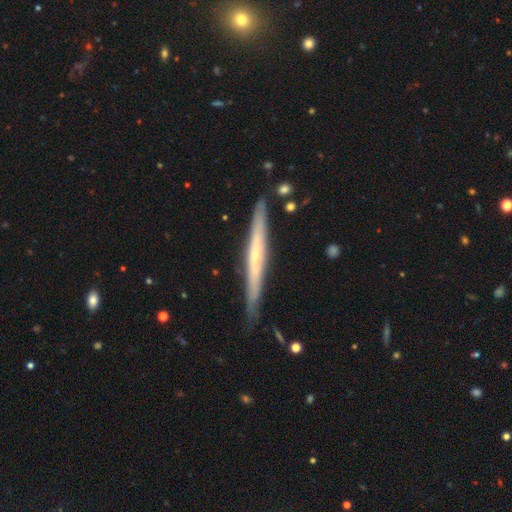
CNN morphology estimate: smooth-or-featured: featured or disk: 66% | smooth: 28% | star or artifact: 6%
  disk-edge-on: yes: 94% | no: 6%
    edge-on-bulge: rounded: 51% | none: 45% | boxy: 4%
  merging: none: 84% | minor disturbance: 12% | major disturbance: 2% | merger: 2%